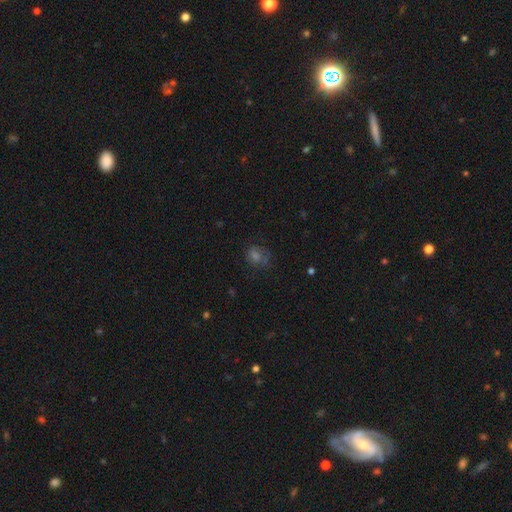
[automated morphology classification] Smooth or featured? smooth (54%)
How rounded? round (62%)
Merging? none (63%)